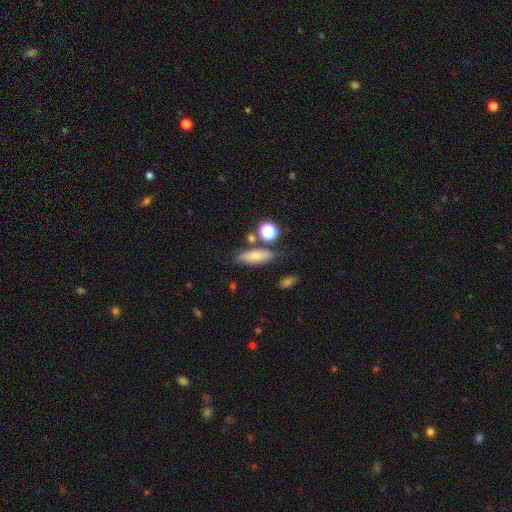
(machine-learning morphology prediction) type=smooth (74%); roundness=in between (55%); merging=none (71%).